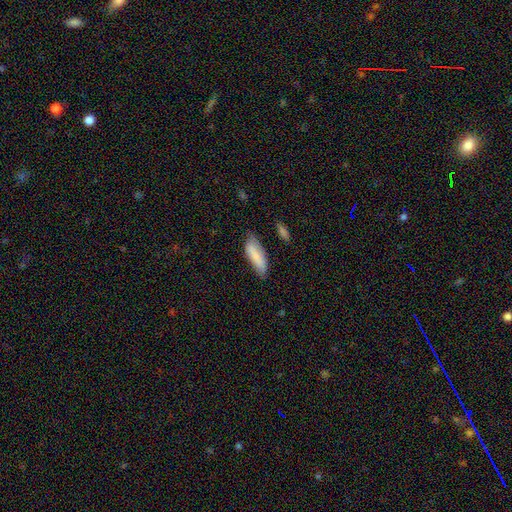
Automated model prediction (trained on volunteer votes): Smooth or featured: smooth — 82% (featured or disk — 12%)
How rounded: in between — 61% (cigar-shaped — 38%)
Merging: none — 61% (minor disturbance — 29%)